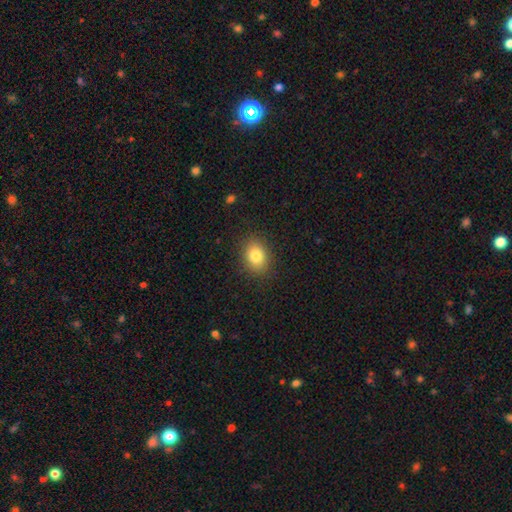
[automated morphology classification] smooth-or-featured: smooth: 82% | star or artifact: 10% | featured or disk: 8%
  how-rounded: in between: 58% | round: 41% | cigar-shaped: 1%
  merging: none: 88% | minor disturbance: 8% | major disturbance: 3% | merger: 1%